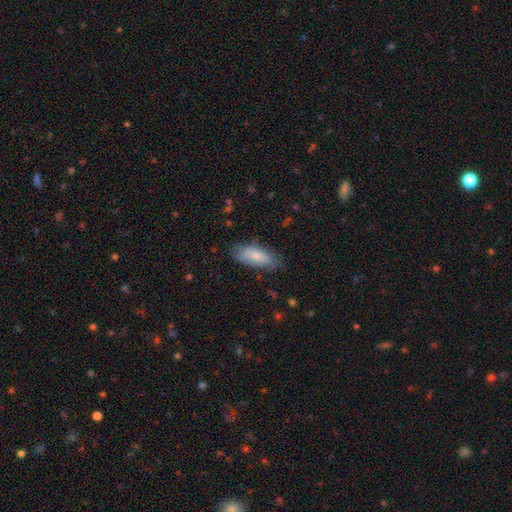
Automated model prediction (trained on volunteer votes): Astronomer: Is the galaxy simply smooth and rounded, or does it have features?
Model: smooth — 80%.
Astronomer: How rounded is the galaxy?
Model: in between — 76%.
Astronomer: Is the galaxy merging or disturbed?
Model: none — 77%.